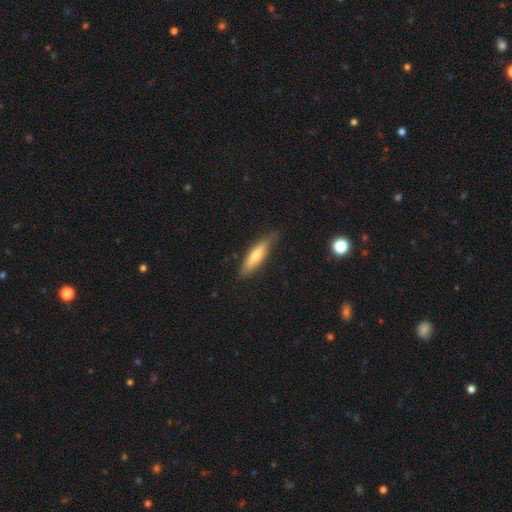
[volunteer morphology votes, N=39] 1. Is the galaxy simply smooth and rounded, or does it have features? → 72% smooth, 26% featured or disk, 3% star or artifact.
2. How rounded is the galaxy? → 64% cigar-shaped, 25% in between, 11% round.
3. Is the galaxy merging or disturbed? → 68% none, 26% minor disturbance, 3% major disturbance, 3% merger.